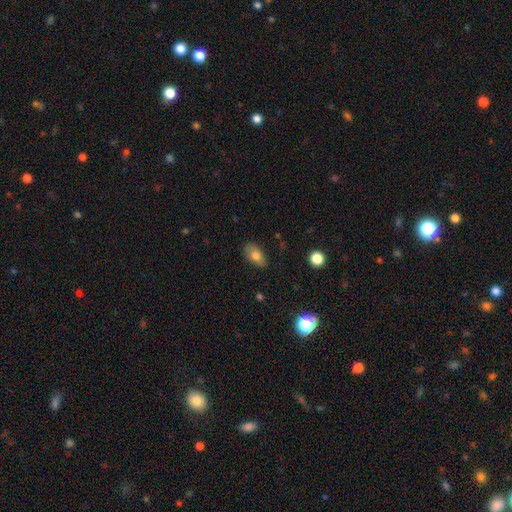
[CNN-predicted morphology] A smooth galaxy with no disk features (77%) that is in between round and cigar-shaped (90%).

Vote fractions:
- Smooth or featured? smooth: 77% / featured or disk: 15% / star or artifact: 9%
- How rounded? in between: 90% / round: 8% / cigar-shaped: 2%
- Merging? none: 79% / minor disturbance: 17% / major disturbance: 3% / merger: 1%